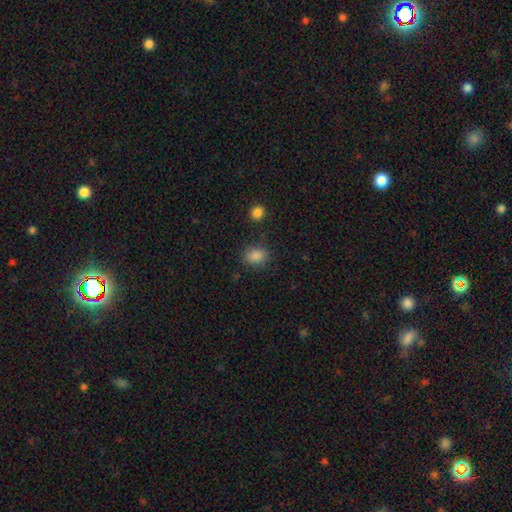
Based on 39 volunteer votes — Volunteers were most divided on "how rounded": round: 51%, in between: 49%, cigar-shaped: 0%. More confident: smooth or featured — smooth (95%); merging — none (92%).